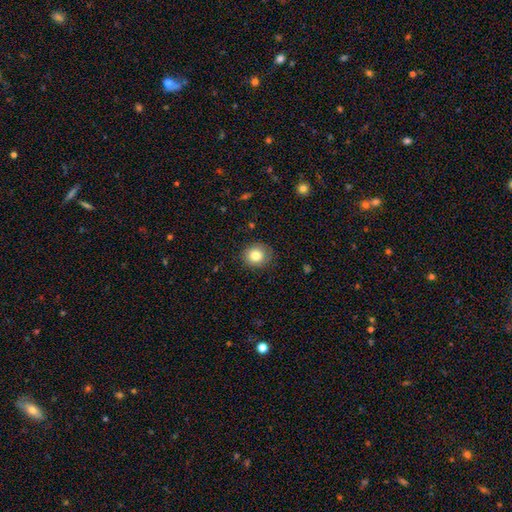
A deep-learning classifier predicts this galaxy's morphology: The model was most divided on "how rounded": round: 80%, in between: 19%, cigar-shaped: 1%. More confident: merging — none (85%); smooth or featured — smooth (81%).